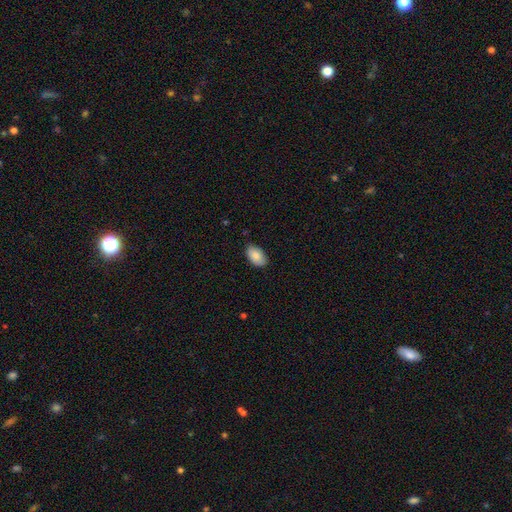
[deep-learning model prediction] The model was most divided on "merging": none: 79%, minor disturbance: 17%, major disturbance: 2%, merger: 1%. More confident: how rounded — in between (93%); smooth or featured — smooth (83%).